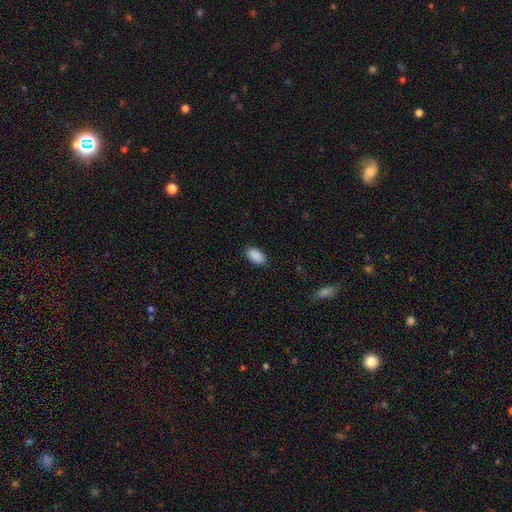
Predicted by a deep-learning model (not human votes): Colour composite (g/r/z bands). It shows a smooth galaxy with no disk features (90%) that is in between round and cigar-shaped (94%). Merging: none (87%).